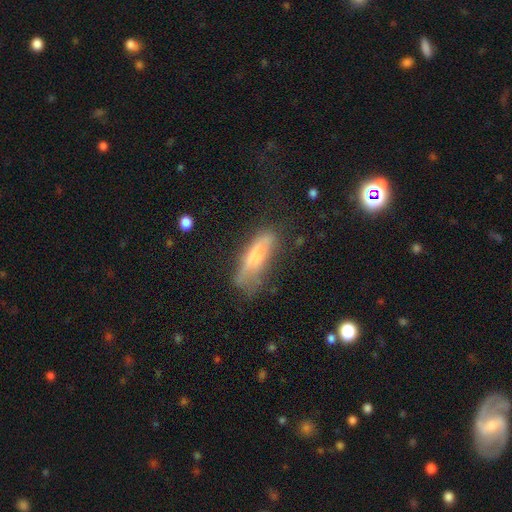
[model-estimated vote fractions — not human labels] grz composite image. It shows a smooth galaxy with no disk features (62%) that is cigar-shaped (54%). Merging: none (46%).